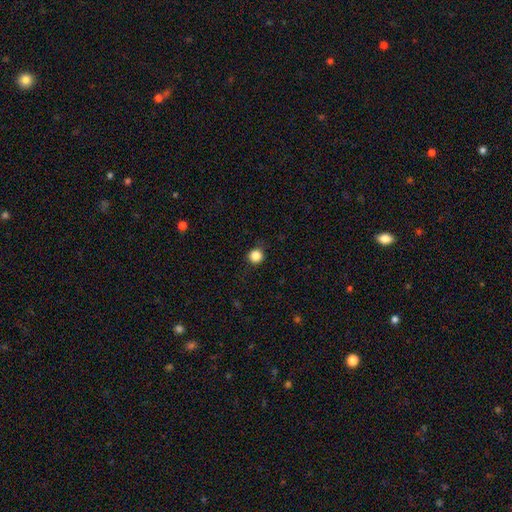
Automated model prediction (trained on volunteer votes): Morphology: type=smooth (86%); roundness=round (92%); merging=none (88%).